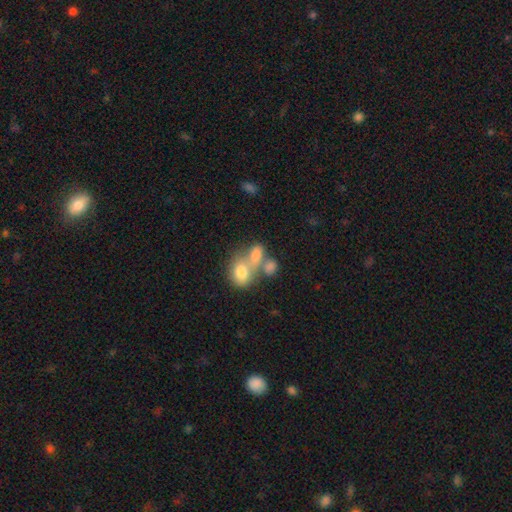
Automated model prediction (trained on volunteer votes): Smooth or featured? smooth (73%)
How rounded? in between (68%)
Merging? merger (60%)